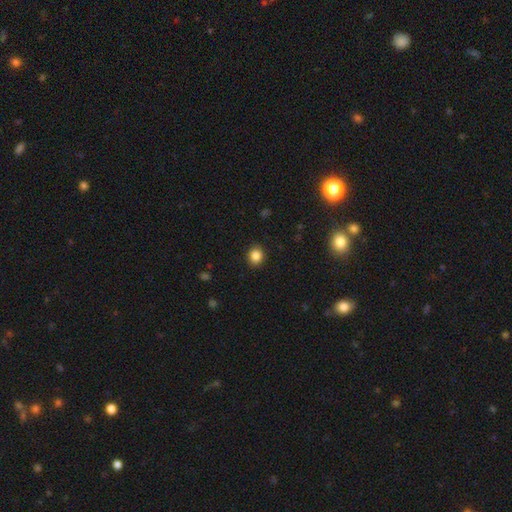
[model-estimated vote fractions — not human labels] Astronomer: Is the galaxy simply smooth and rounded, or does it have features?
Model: smooth — 85%.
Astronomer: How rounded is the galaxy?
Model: round — 76%.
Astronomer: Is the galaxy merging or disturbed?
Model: none — 91%.